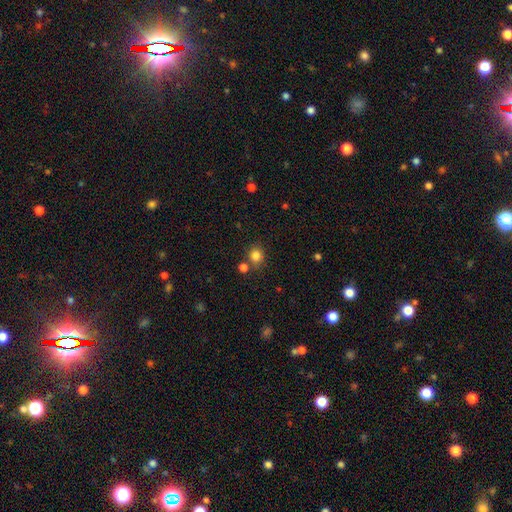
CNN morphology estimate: smooth 81%, star or artifact 13%, featured or disk 5%. Down the decision tree: how rounded — round (75%); merging — none (72%).